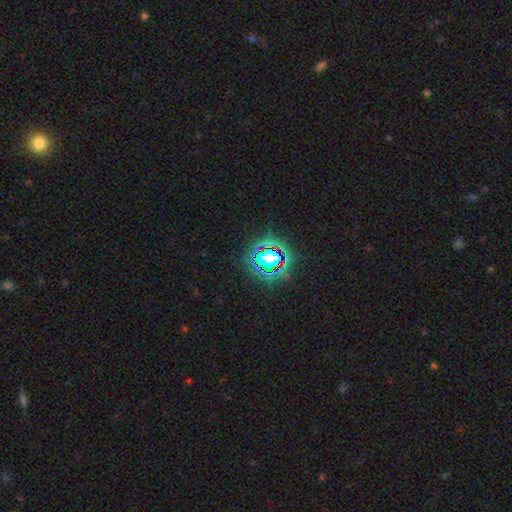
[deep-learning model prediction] A star or artifact, not a galaxy (72%).

Vote fractions:
- Smooth or featured? star or artifact: 72% / smooth: 17% / featured or disk: 11%